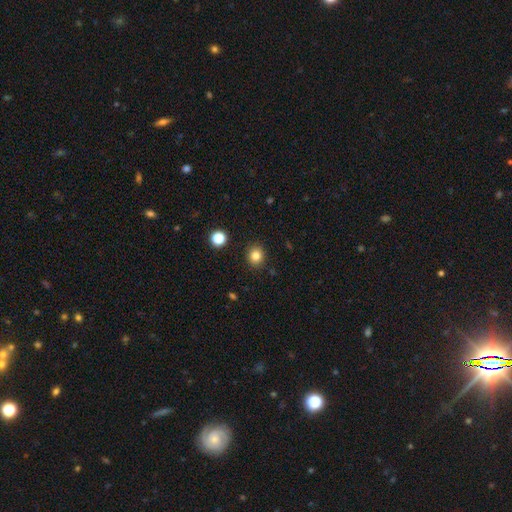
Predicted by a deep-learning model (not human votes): Smooth or featured? smooth (82%)
How rounded? round (81%)
Merging? none (90%)